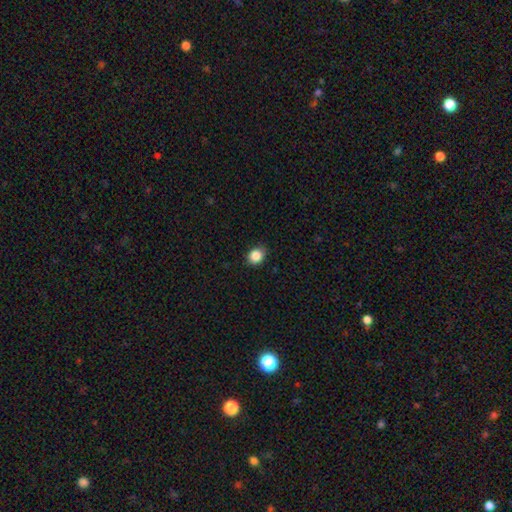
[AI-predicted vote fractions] smooth_or_featured: smooth (p=0.86) [alt: star or artifact p=0.10]
how_rounded: round (p=0.67) [alt: in between p=0.33]
merging: none (p=0.87) [alt: minor disturbance p=0.10]